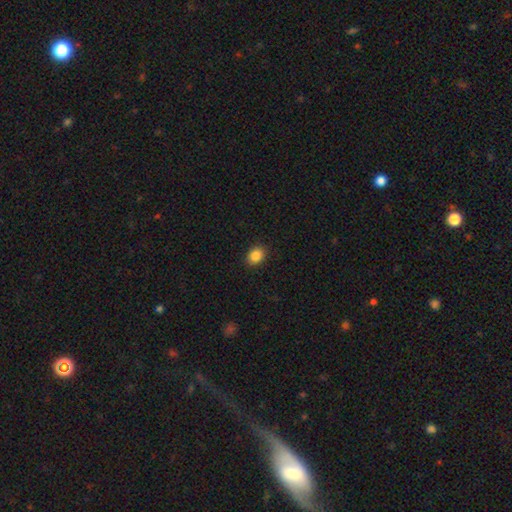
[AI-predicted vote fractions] smooth-or-featured: smooth: 87% | star or artifact: 10% | featured or disk: 4%
  how-rounded: in between: 56% | round: 43% | cigar-shaped: 1%
  merging: none: 90% | minor disturbance: 7% | major disturbance: 2% | merger: 1%